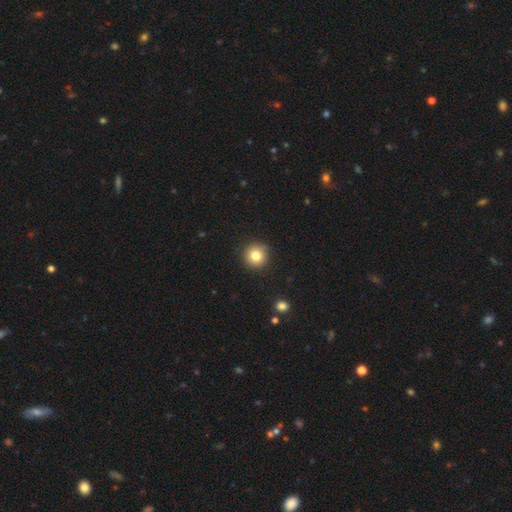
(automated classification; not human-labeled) Overall: smooth (81%). How rounded: round (95%). Merging: none (90%).